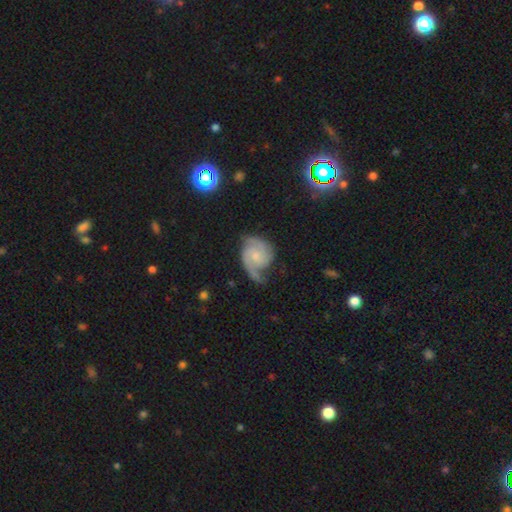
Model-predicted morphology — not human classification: Smooth or featured? Predicted: featured or disk (p=0.81). Edge-on disk? Predicted: no (p=0.98). Bar? Predicted: no (p=0.68). Spiral arms? Predicted: yes (p=0.96). Spiral winding? Predicted: medium (p=0.45). Spiral arm count? Predicted: 2 (p=0.69). Bulge size? Predicted: small (p=0.65). Merging? Predicted: none (p=0.54).